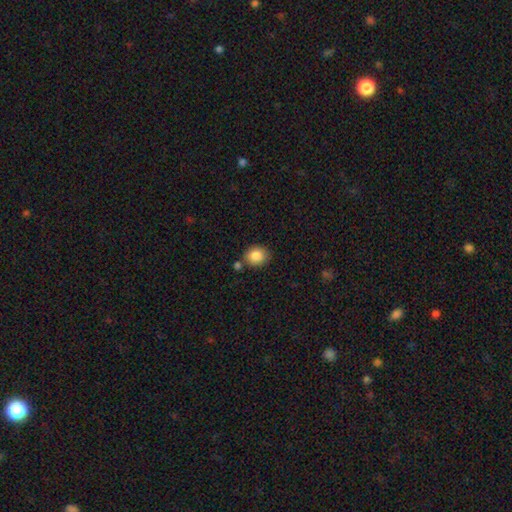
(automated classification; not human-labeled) A smooth galaxy with no disk features (87%) that is round (65%). Merging: none (76%).